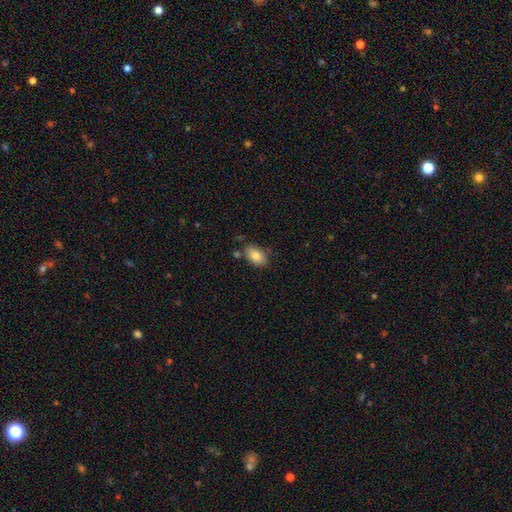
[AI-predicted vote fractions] A smooth galaxy with no disk features (85%) that is in between round and cigar-shaped (90%). Merging: none (74%).